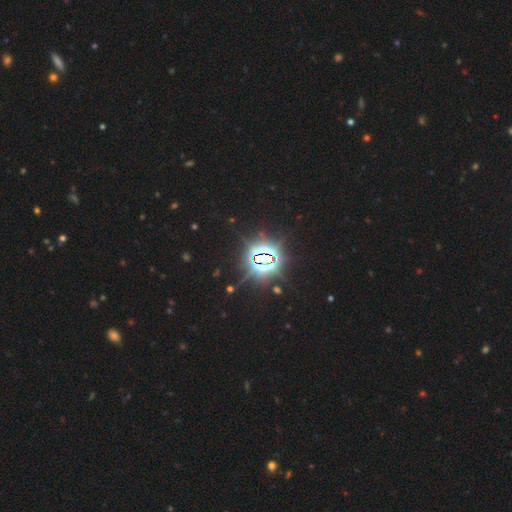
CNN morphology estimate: Smooth or featured: star or artifact — 85% (smooth — 8%)